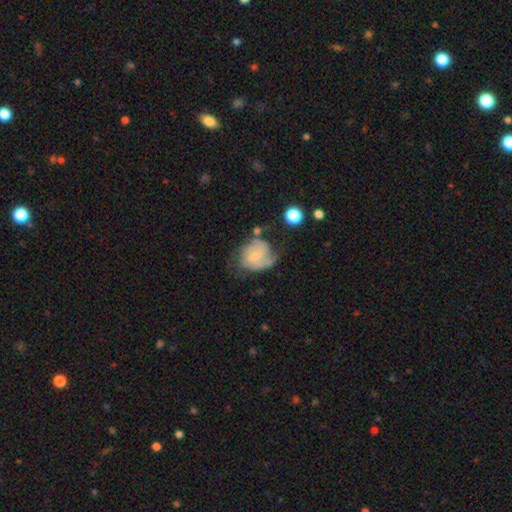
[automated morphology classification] Smooth or featured? Predicted: featured or disk (p=0.59). Edge-on disk? Predicted: no (p=0.97). Bar? Predicted: no (p=0.55). Spiral arms? Predicted: yes (p=0.81). Bulge size? Predicted: small (p=0.57). Merging? Predicted: none (p=0.37).